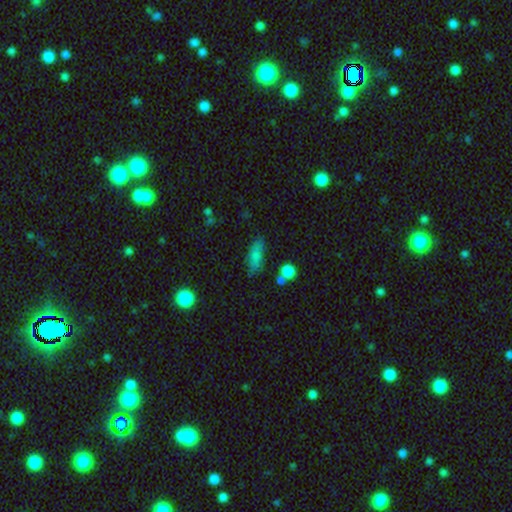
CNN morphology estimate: Q: Smooth or featured?
A: smooth (79%); runner-up: featured or disk (11%)
Q: How rounded?
A: in between (71%); runner-up: cigar-shaped (25%)
Q: Merging?
A: none (72%); runner-up: minor disturbance (18%)